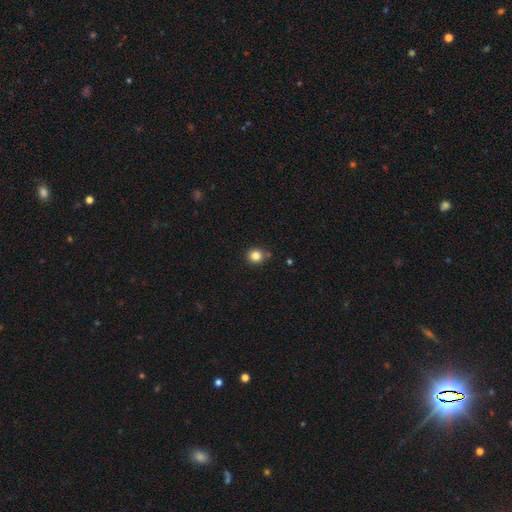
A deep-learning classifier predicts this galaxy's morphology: smooth_or_featured: smooth (p=0.83) [alt: star or artifact p=0.11]
how_rounded: round (p=0.89) [alt: in between p=0.10]
merging: none (p=0.81) [alt: minor disturbance p=0.11]